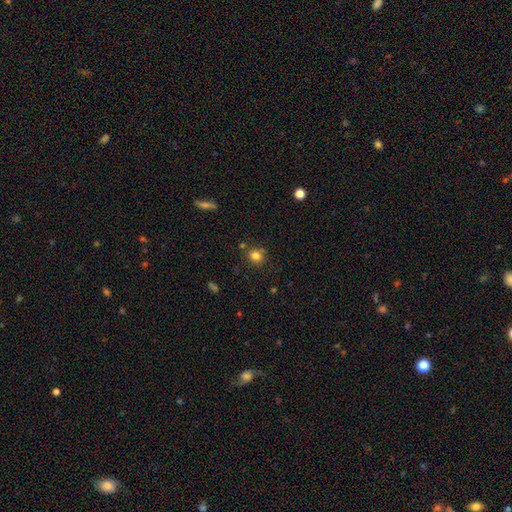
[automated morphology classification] smooth 80%, star or artifact 13%, featured or disk 7%. Down the decision tree: how rounded — round (81%); merging — none (75%).